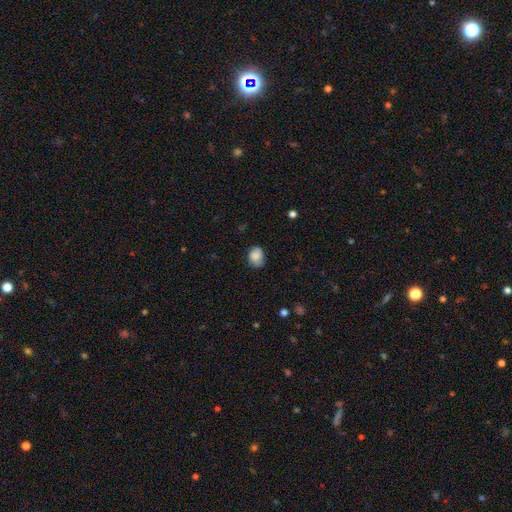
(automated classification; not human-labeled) Smooth or featured? smooth (80%)
How rounded? in between (53%)
Merging? none (61%)